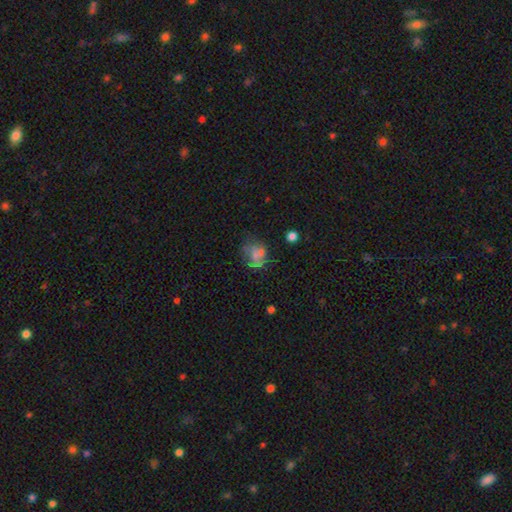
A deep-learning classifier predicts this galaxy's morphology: smooth 47%, featured or disk 37%, star or artifact 16%. Down the decision tree: merging — none (41%).